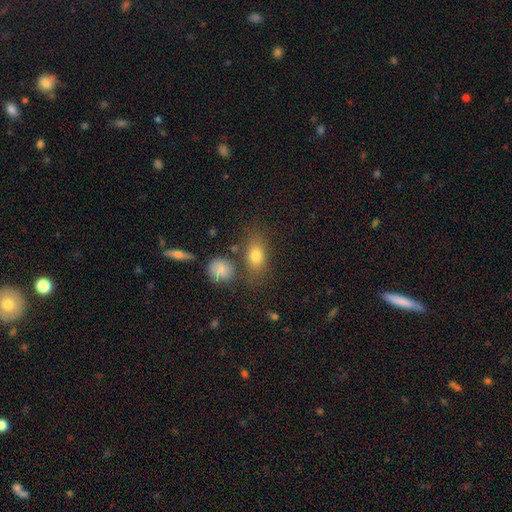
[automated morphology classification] Overall: smooth (76%). How rounded: in between (76%). Merging: none (69%).